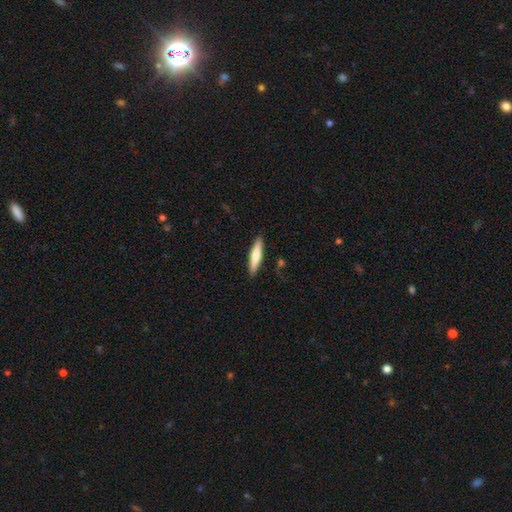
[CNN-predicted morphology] Q: Smooth or featured?
A: smooth (68%); runner-up: featured or disk (26%)
Q: How rounded?
A: cigar-shaped (85%); runner-up: in between (14%)
Q: Merging?
A: none (88%); runner-up: minor disturbance (8%)